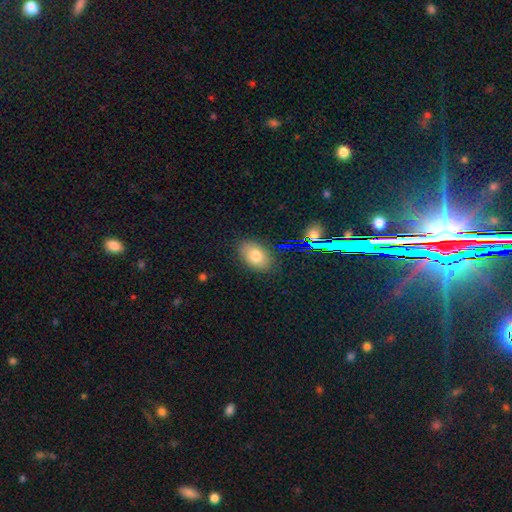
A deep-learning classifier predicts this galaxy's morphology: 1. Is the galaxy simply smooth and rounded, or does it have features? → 76% smooth, 13% featured or disk, 11% star or artifact.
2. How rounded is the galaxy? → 84% in between, 15% round, 1% cigar-shaped.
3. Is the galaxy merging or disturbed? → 84% none, 11% minor disturbance, 3% major disturbance, 2% merger.